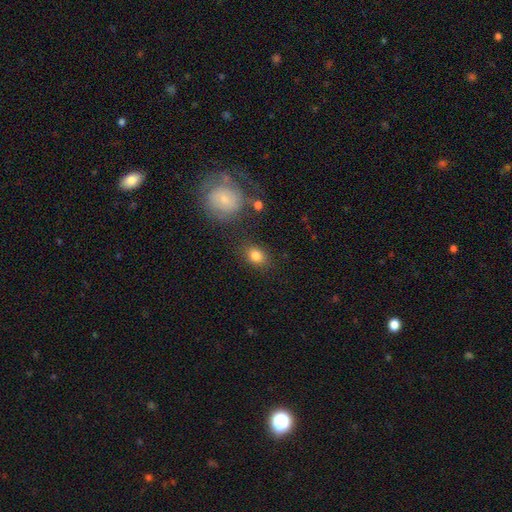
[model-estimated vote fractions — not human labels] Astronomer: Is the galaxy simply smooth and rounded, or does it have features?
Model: smooth — 83%.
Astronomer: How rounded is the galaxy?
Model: in between — 64%.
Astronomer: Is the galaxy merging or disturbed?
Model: none — 79%.